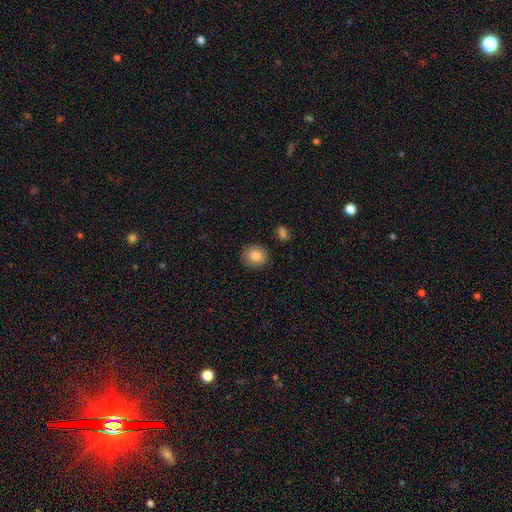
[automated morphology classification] Overall: smooth (86%). How rounded: round (75%). Merging: none (86%).